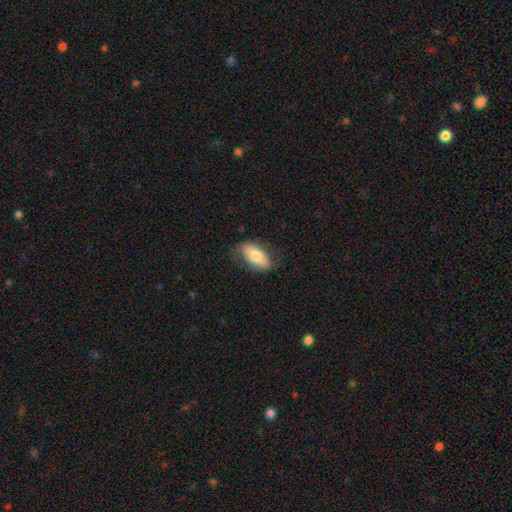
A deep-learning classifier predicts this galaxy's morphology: A smooth galaxy with no disk features (70%) that is in between round and cigar-shaped (89%). Merging: none (73%).